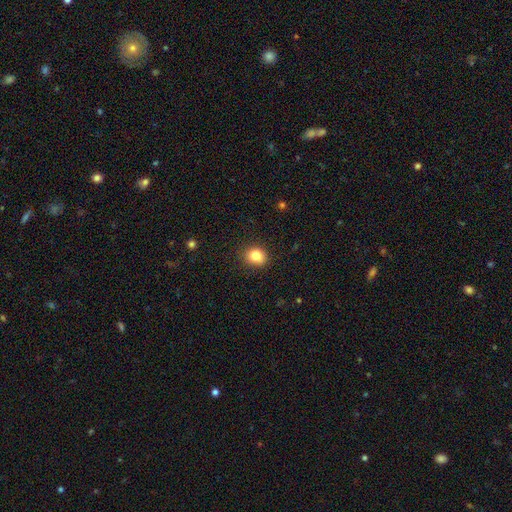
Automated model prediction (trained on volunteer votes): smooth-or-featured: smooth: 84% | star or artifact: 10% | featured or disk: 6%
  how-rounded: round: 65% | in between: 34% | cigar-shaped: 1%
  merging: none: 87% | minor disturbance: 10% | major disturbance: 2% | merger: 1%